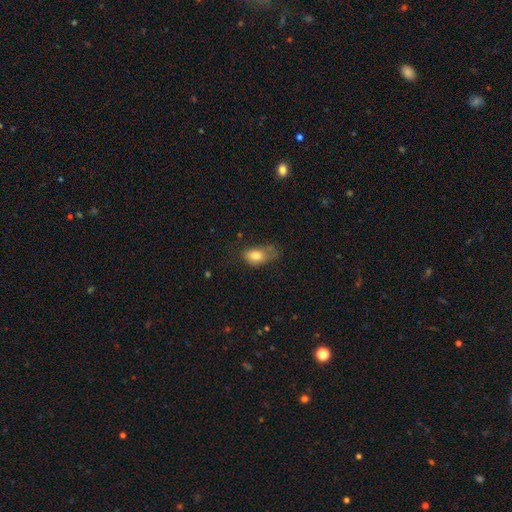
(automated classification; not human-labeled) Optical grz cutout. It shows a smooth galaxy with no disk features (78%) that is in between round and cigar-shaped (86%). Merging: minor disturbance (37%).